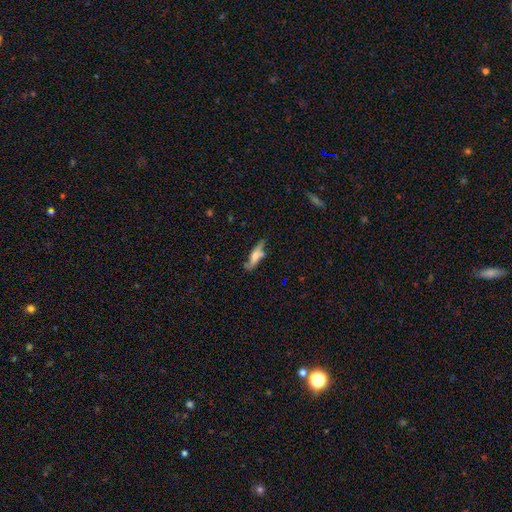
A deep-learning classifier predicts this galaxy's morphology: Smooth or featured: smooth — 50% (featured or disk — 42%)
How rounded: cigar-shaped — 56% (in between — 41%)
Merging: none — 58% (minor disturbance — 26%)